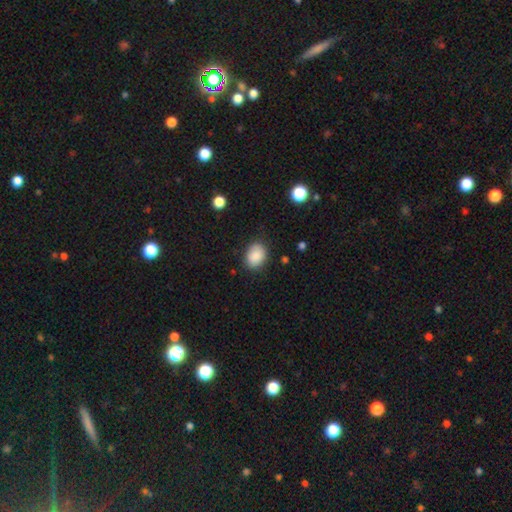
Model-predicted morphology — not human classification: smooth-or-featured: smooth: 88% | star or artifact: 8% | featured or disk: 4%
  how-rounded: in between: 68% | round: 31% | cigar-shaped: 1%
  merging: none: 82% | minor disturbance: 14% | major disturbance: 3% | merger: 1%